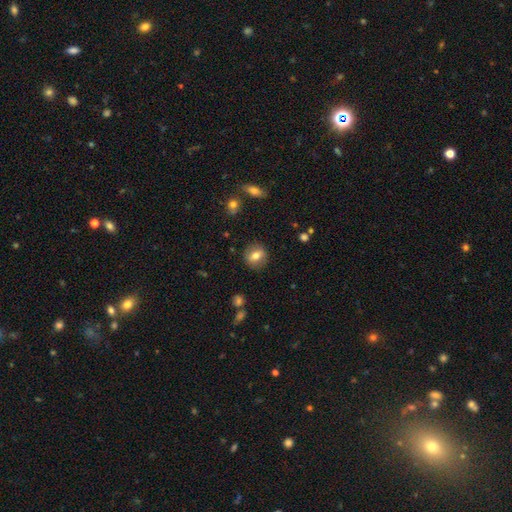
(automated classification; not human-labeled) Smooth or featured? Predicted: smooth (p=0.70). How rounded? Predicted: round (p=0.71). Merging? Predicted: none (p=0.86).